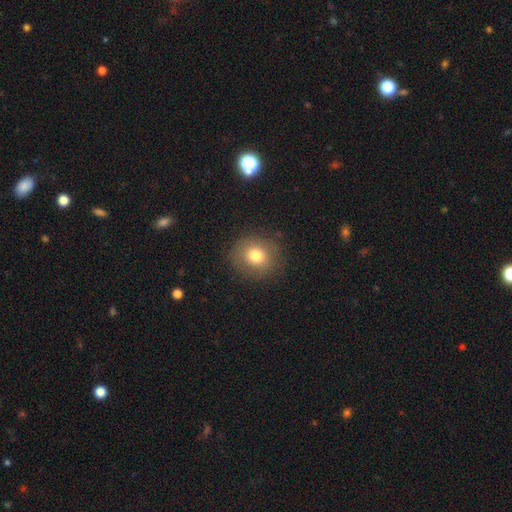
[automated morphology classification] Q: Smooth or featured?
A: smooth (77%); runner-up: featured or disk (12%)
Q: How rounded?
A: round (85%); runner-up: in between (14%)
Q: Merging?
A: none (86%); runner-up: minor disturbance (9%)